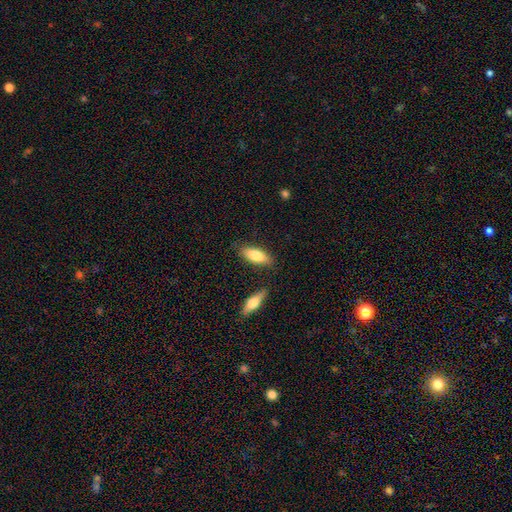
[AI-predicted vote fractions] The model was most divided on "how rounded": in between: 73%, cigar-shaped: 25%, round: 2%. More confident: merging — none (79%); smooth or featured — smooth (79%).